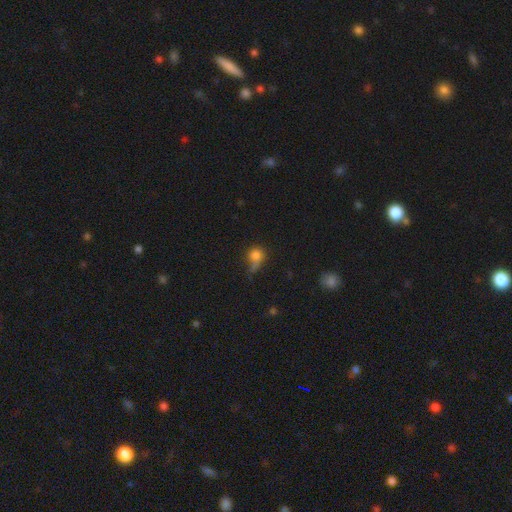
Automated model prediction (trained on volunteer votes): A smooth galaxy with no disk features (75%) that is round (70%).

Vote fractions:
- Smooth or featured? smooth: 75% / featured or disk: 13% / star or artifact: 12%
- How rounded? round: 70% / in between: 28% / cigar-shaped: 2%
- Merging? none: 36% / minor disturbance: 25% / major disturbance: 25% / merger: 14%